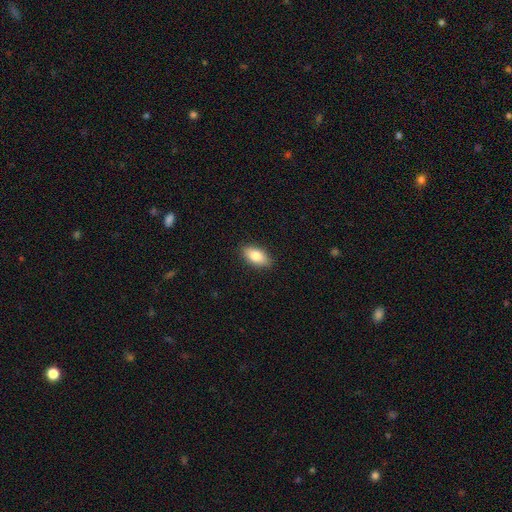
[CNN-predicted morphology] A smooth galaxy with no disk features (83%) that is in between round and cigar-shaped (91%).

Vote fractions:
- Smooth or featured? smooth: 83% / featured or disk: 10% / star or artifact: 7%
- How rounded? in between: 91% / cigar-shaped: 5% / round: 4%
- Merging? none: 89% / minor disturbance: 9% / major disturbance: 2% / merger: 1%